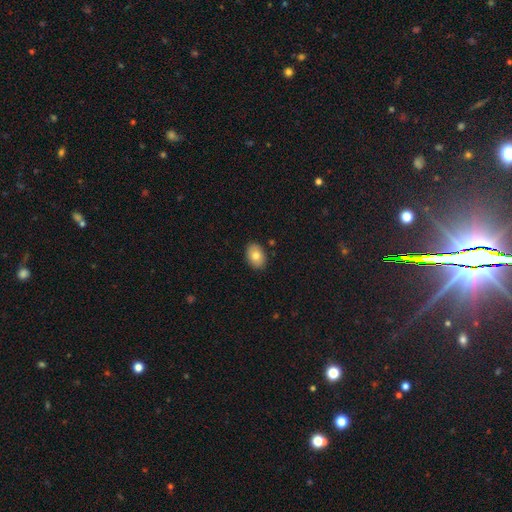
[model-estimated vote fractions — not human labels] Q: Smooth or featured?
A: smooth (79%); runner-up: featured or disk (13%)
Q: How rounded?
A: in between (81%); runner-up: round (18%)
Q: Merging?
A: none (89%); runner-up: minor disturbance (8%)